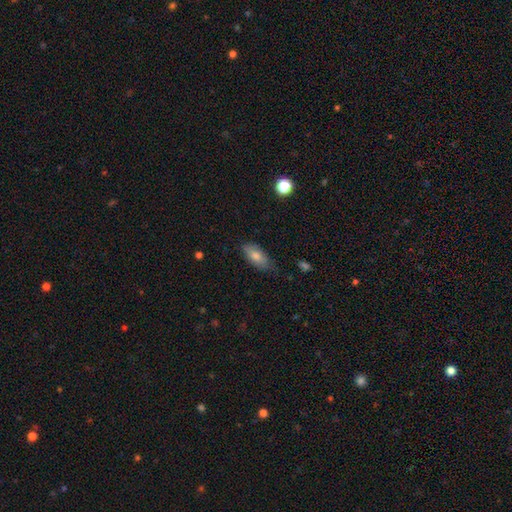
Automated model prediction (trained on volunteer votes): A smooth galaxy with no disk features (74%) that is in between round and cigar-shaped (82%). Merging: none (74%).